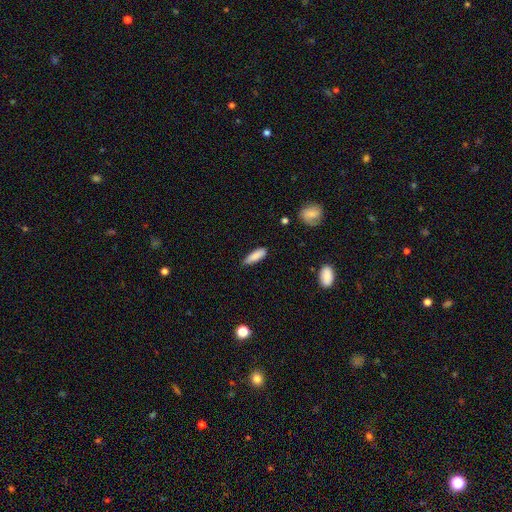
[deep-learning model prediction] This is clearly a smooth galaxy (86%). How rounded: possibly in between (49%, tied with cigar-shaped). Merging: likely none (71%).